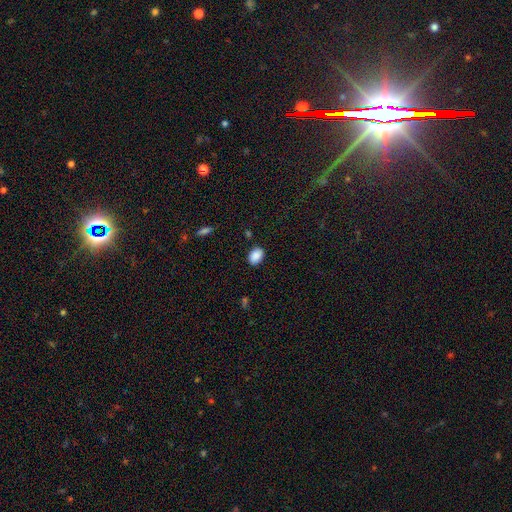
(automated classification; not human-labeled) Smooth or featured: smooth — 89% (star or artifact — 8%)
How rounded: in between — 82% (round — 17%)
Merging: none — 86% (minor disturbance — 10%)